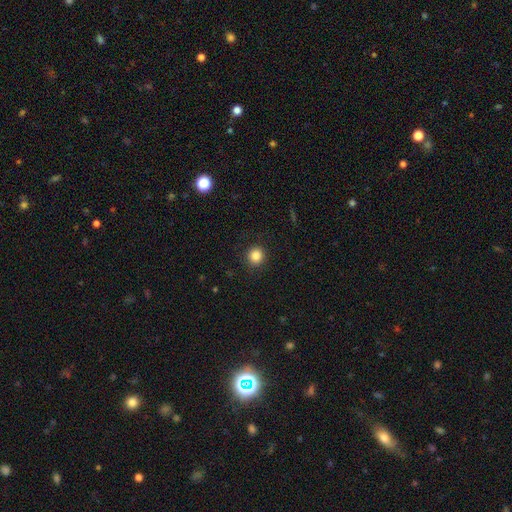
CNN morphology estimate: type=smooth (85%); roundness=round (92%); merging=none (91%).